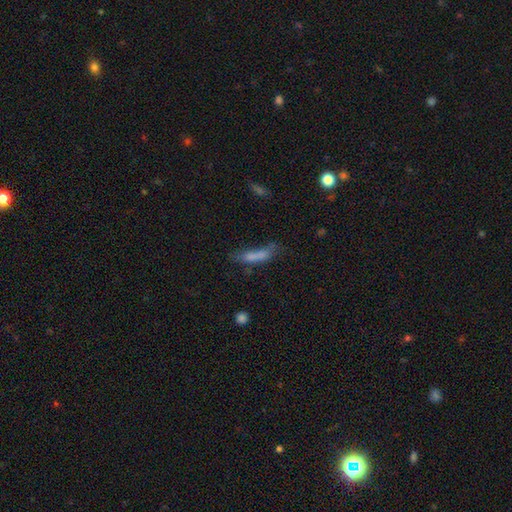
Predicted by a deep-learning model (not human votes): A smooth galaxy with no disk features (68%) that is cigar-shaped (72%). Merging: none (38%).